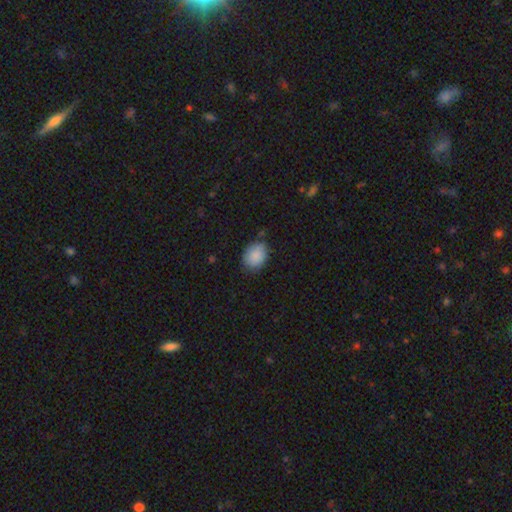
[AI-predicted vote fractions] This is clearly a smooth galaxy (87%). How rounded: possibly in between (58%). Merging: likely none (72%).